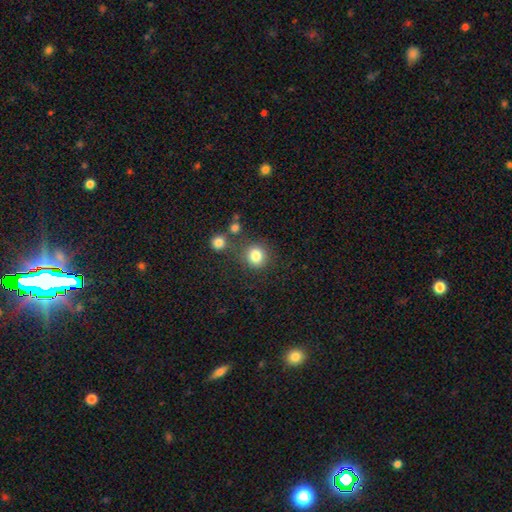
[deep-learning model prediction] This appears to be a smooth galaxy with no disk features (83%) that is round (88%). Merging: none (74%).